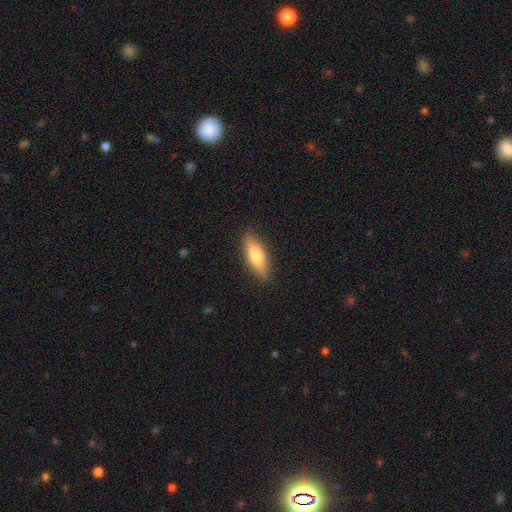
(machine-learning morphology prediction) This is likely a smooth galaxy (68%). How rounded: likely in between (64%). Merging: clearly none (86%).